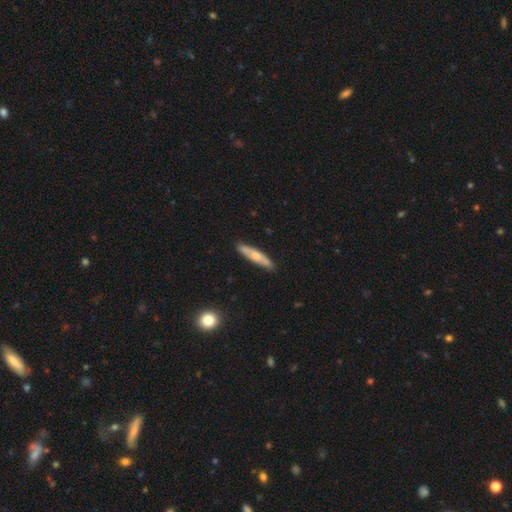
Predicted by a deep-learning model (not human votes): A smooth galaxy with no disk features (54%) that is cigar-shaped (84%).

Vote fractions:
- Smooth or featured? smooth: 54% / featured or disk: 40% / star or artifact: 6%
- How rounded? cigar-shaped: 84% / in between: 15% / round: 2%
- Merging? none: 87% / minor disturbance: 10% / major disturbance: 2% / merger: 1%